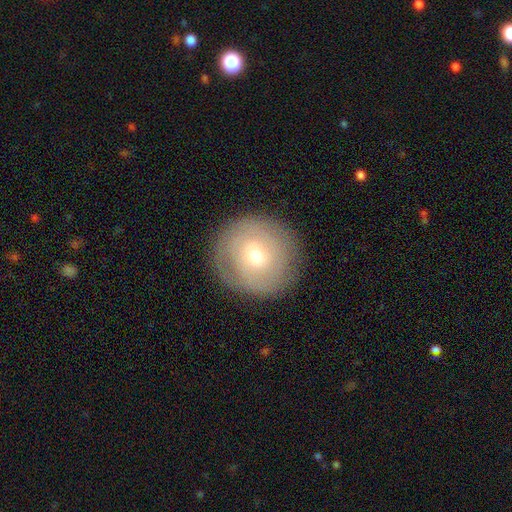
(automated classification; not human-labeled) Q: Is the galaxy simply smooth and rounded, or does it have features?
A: smooth — 52%.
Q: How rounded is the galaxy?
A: round — 91%.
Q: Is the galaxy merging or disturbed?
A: none — 86%.